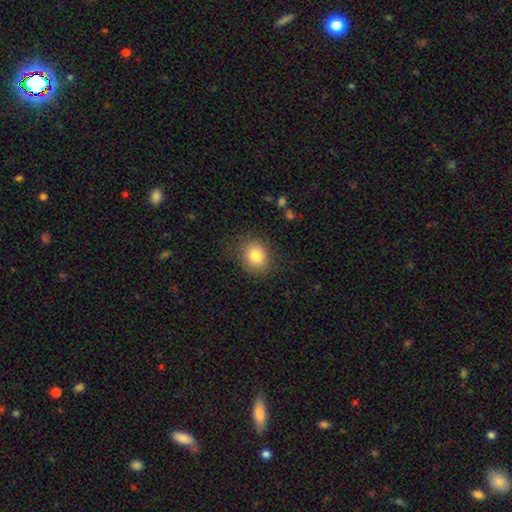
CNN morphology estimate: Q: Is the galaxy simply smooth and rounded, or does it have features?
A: smooth — 82%.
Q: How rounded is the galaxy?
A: round — 60%.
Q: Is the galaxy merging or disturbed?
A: none — 82%.